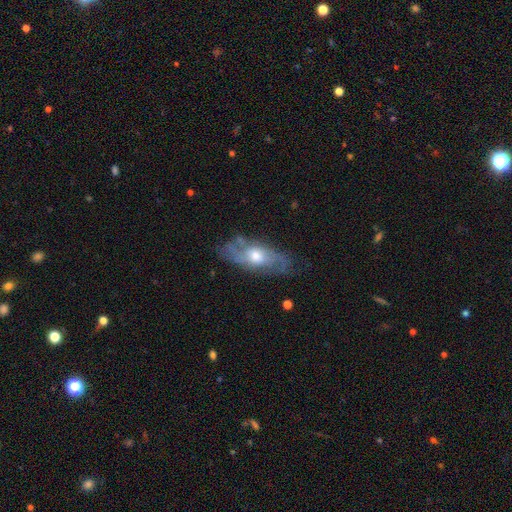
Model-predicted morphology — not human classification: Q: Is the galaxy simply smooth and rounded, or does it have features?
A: featured or disk — 71%.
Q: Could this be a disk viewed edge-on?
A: no — 82%.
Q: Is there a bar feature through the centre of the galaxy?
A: no — 72%.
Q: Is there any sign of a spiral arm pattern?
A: yes — 80%.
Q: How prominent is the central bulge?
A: moderate — 67%.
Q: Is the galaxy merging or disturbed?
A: none — 68%.